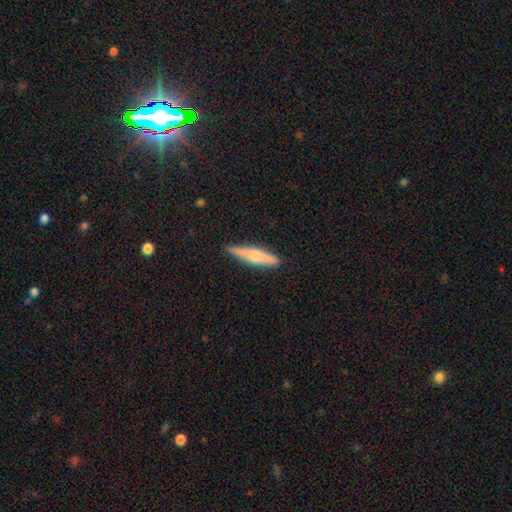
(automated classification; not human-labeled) smooth_or_featured: featured or disk (p=0.48) [alt: smooth p=0.46]
merging: none (p=0.89) [alt: minor disturbance p=0.09]